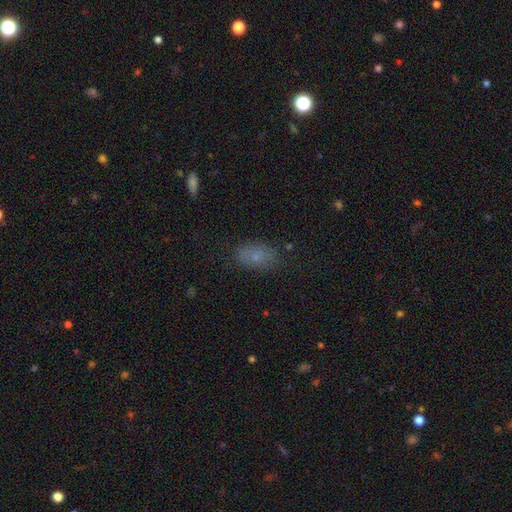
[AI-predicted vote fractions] A smooth galaxy with no disk features (73%) that is in between round and cigar-shaped (89%).

Vote fractions:
- Smooth or featured? smooth: 73% / star or artifact: 14% / featured or disk: 13%
- How rounded? in between: 89% / round: 8% / cigar-shaped: 3%
- Merging? none: 78% / minor disturbance: 15% / major disturbance: 5% / merger: 2%